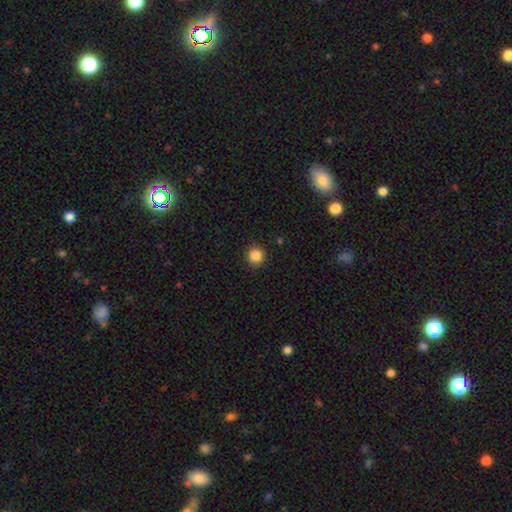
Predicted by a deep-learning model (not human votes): Smooth or featured? Predicted: smooth (p=0.86). How rounded? Predicted: round (p=0.94). Merging? Predicted: none (p=0.92).